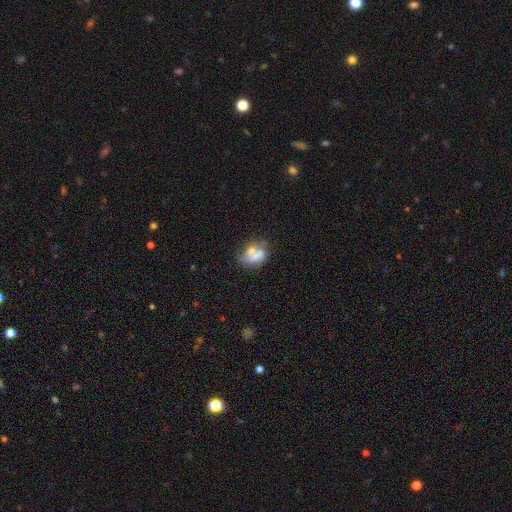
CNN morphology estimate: smooth 51%, featured or disk 35%, star or artifact 14%. Down the decision tree: how rounded — in between (62%); merging — merger (41%).